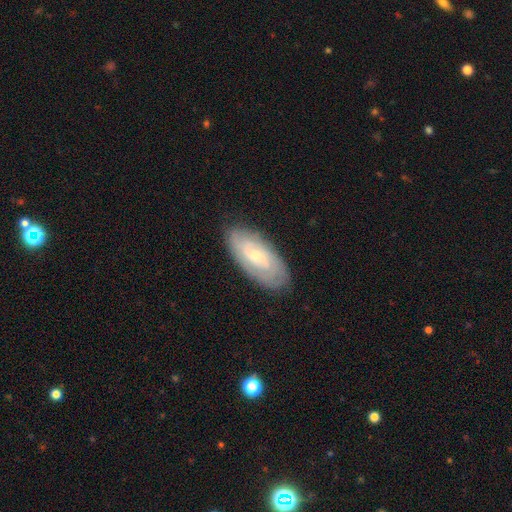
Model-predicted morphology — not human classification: This is possibly a featured or disk galaxy (60%). It is clearly not viewed edge-on (88%). Bar: possibly weak (51%). Spiral arm pattern: likely yes (74%). Central bulge: possibly small (51%). Merging: clearly none (82%).